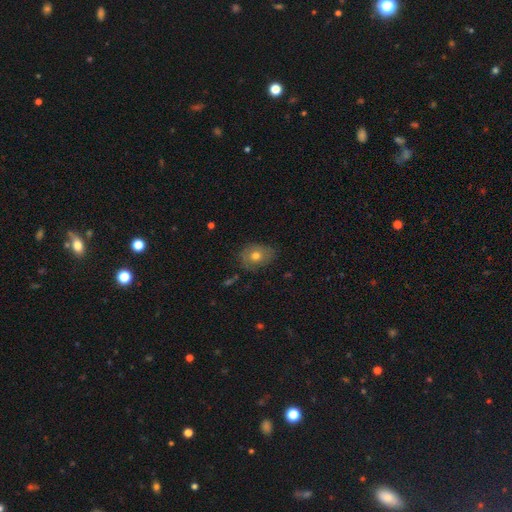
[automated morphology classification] smooth_or_featured: smooth (p=0.67) [alt: featured or disk p=0.24]
how_rounded: in between (p=0.57) [alt: round p=0.42]
merging: none (p=0.70) [alt: minor disturbance p=0.23]